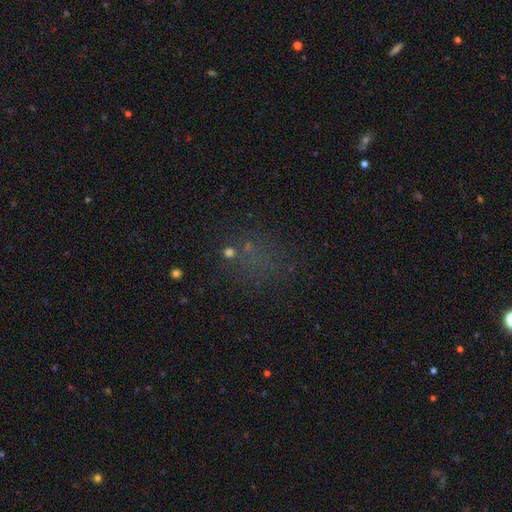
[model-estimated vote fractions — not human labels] Morphology: type=star or artifact (46%).